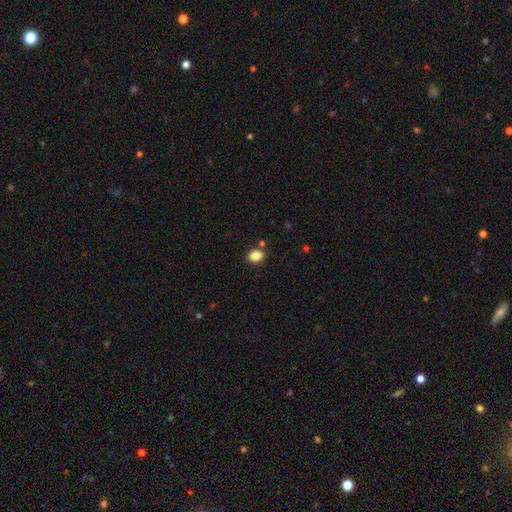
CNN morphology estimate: smooth-or-featured: smooth: 85% | star or artifact: 10% | featured or disk: 4%
  how-rounded: in between: 66% | round: 33% | cigar-shaped: 1%
  merging: none: 82% | minor disturbance: 10% | merger: 6% | major disturbance: 3%